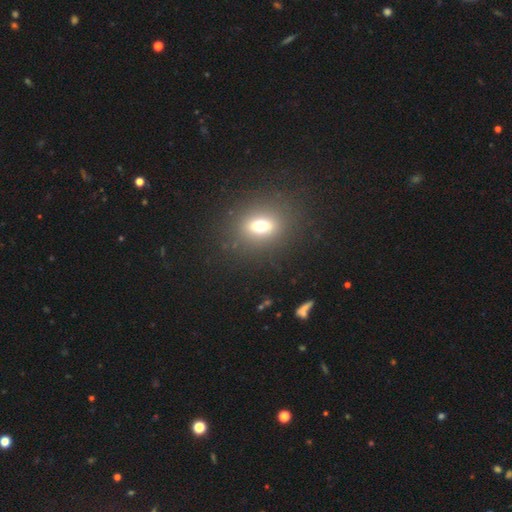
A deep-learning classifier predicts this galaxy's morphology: This appears to be a smooth galaxy with no disk features (60%) that is in between round and cigar-shaped (61%). Merging: none (90%).